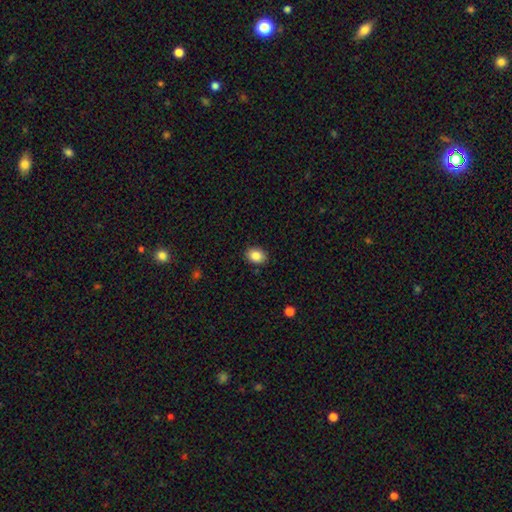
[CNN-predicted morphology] This is clearly a smooth galaxy (87%). How rounded: likely in between (64%). Merging: clearly none (88%).